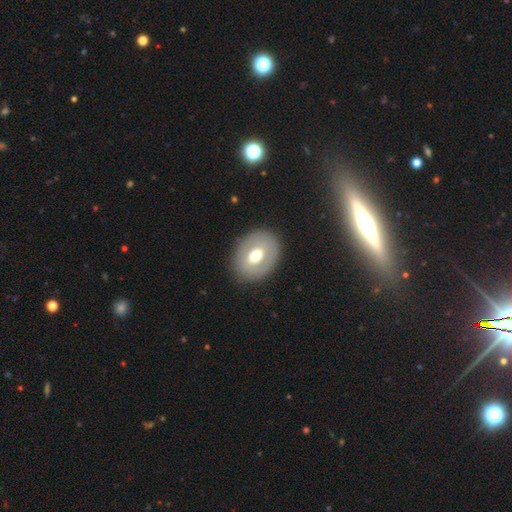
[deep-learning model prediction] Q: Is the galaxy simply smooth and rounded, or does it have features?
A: smooth — 56%.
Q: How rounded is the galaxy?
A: in between — 58%.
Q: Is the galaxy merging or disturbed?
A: none — 85%.